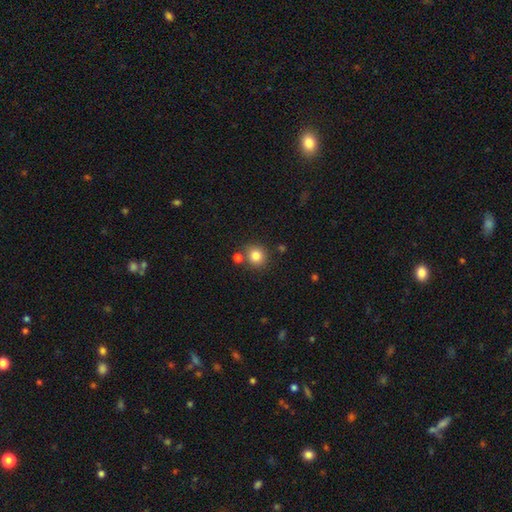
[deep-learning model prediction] Overall: smooth (82%). How rounded: round (89%). Merging: none (78%).